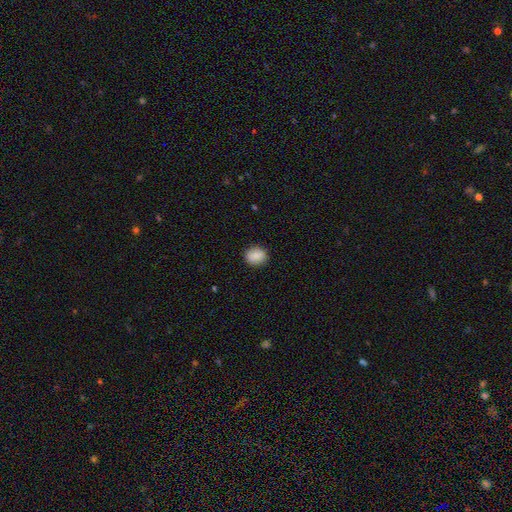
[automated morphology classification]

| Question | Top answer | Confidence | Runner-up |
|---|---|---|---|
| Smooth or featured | smooth | 87% | star or artifact (8%) |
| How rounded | round | 58% | in between (41%) |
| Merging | none | 88% | minor disturbance (9%) |